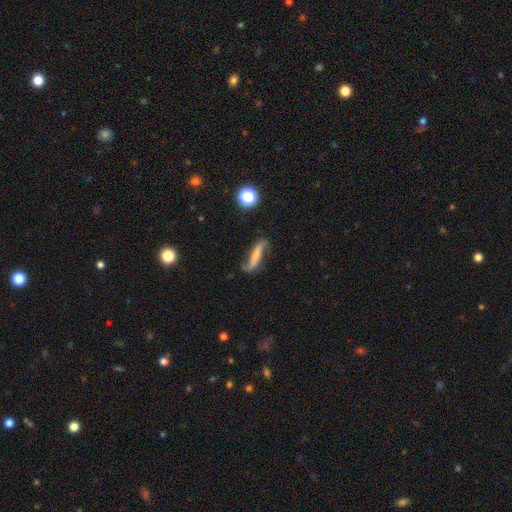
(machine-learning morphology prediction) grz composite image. It shows a featured or disk galaxy (66%) with no bar (39%), spiral arms (90%) and no central bulge (41%). Merging: none (62%).